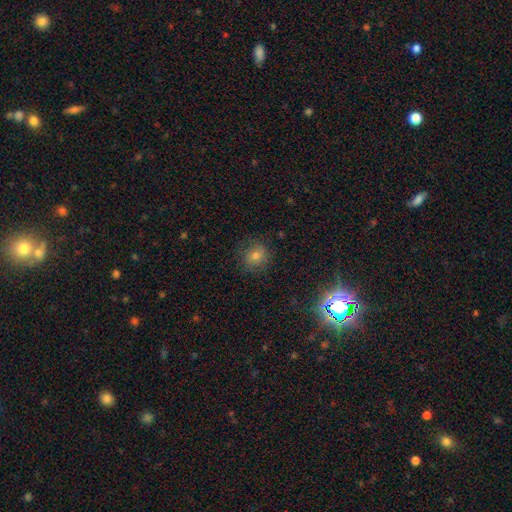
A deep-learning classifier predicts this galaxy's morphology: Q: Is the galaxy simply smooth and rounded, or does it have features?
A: smooth — 53%.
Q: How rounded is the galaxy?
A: round — 80%.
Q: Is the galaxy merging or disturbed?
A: none — 82%.